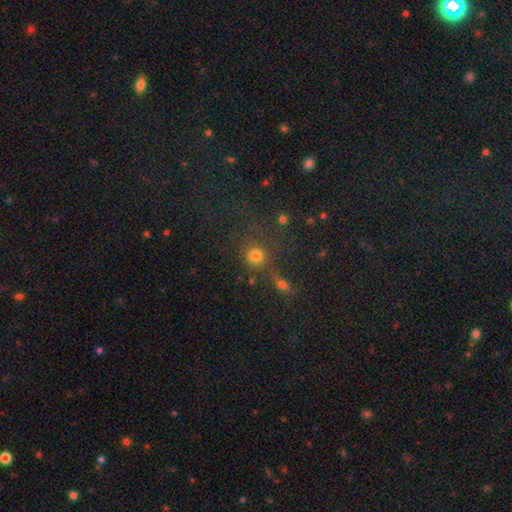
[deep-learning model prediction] Smooth or featured? smooth (76%)
How rounded? round (89%)
Merging? none (65%)